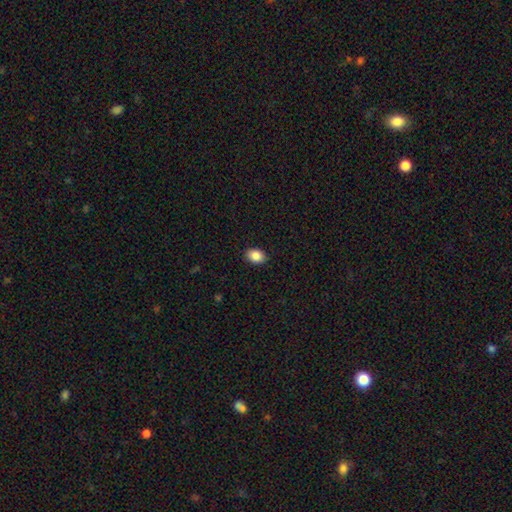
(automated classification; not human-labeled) This is clearly a smooth galaxy (87%). How rounded: likely in between (79%). Merging: clearly none (89%).